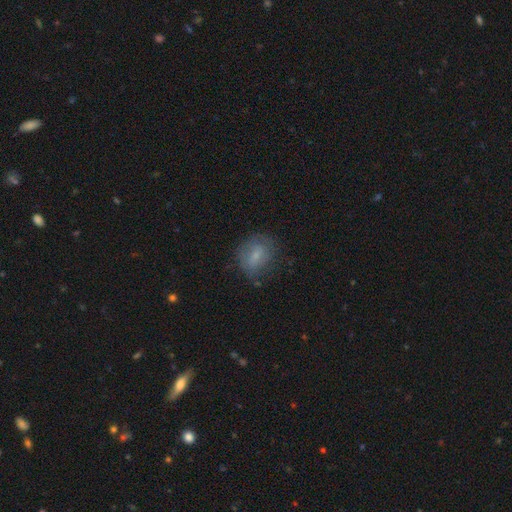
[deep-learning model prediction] A smooth galaxy with no disk features (64%) that is in between round and cigar-shaped (57%). Merging: none (62%).